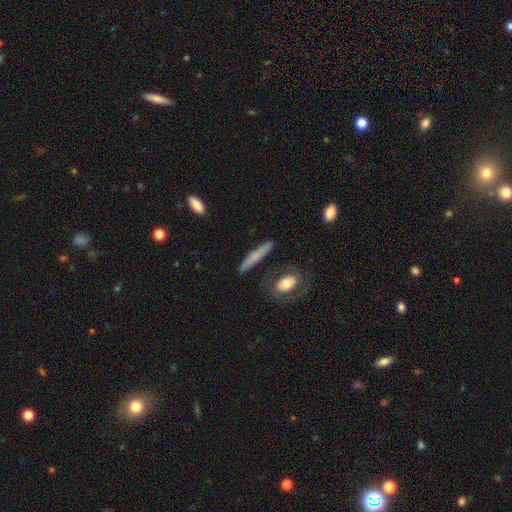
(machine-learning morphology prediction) Smooth or featured: smooth — 60% (featured or disk — 33%)
How rounded: cigar-shaped — 88% (in between — 9%)
Merging: none — 84% (minor disturbance — 10%)